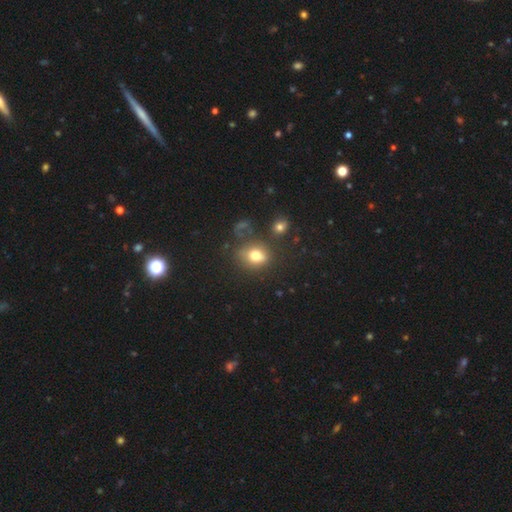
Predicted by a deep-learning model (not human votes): Morphology: type=smooth (75%); roundness=round (51%); merging=none (61%).